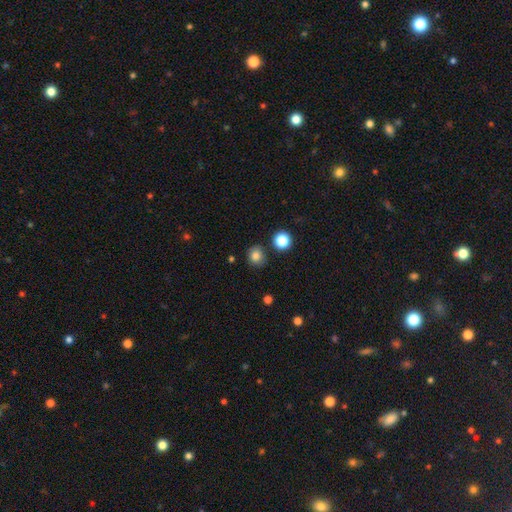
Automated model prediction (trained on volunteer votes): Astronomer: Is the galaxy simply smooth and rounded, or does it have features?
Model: smooth — 82%.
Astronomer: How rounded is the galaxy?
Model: round — 85%.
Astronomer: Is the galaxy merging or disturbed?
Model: none — 84%.